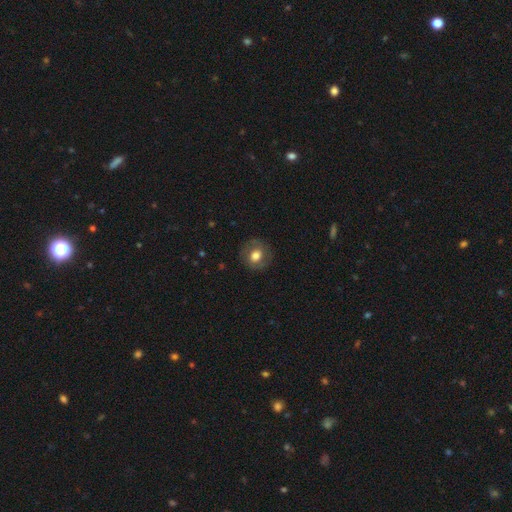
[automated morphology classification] smooth_or_featured: smooth (p=0.68) [alt: featured or disk p=0.24]
how_rounded: round (p=0.83) [alt: in between p=0.16]
merging: none (p=0.84) [alt: minor disturbance p=0.11]